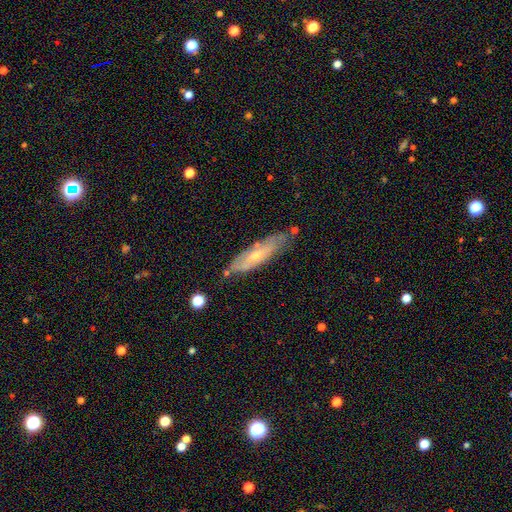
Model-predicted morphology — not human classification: Smooth or featured: featured or disk — 61% (smooth — 33%)
Edge-on disk: no — 59% (yes — 41%)
Merging: none — 69% (minor disturbance — 22%)